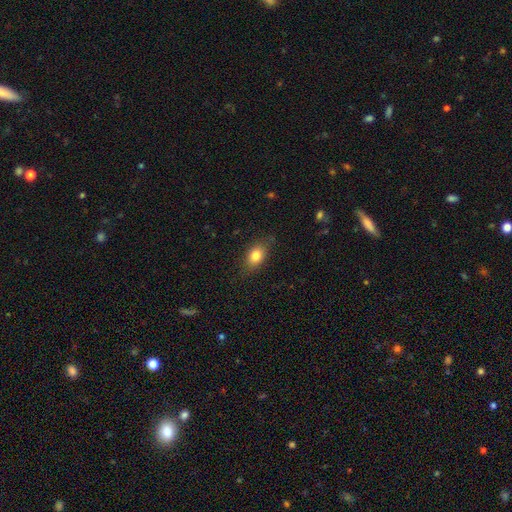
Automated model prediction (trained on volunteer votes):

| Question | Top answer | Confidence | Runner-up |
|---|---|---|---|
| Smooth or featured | smooth | 83% | star or artifact (9%) |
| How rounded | in between | 81% | round (16%) |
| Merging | none | 81% | minor disturbance (15%) |